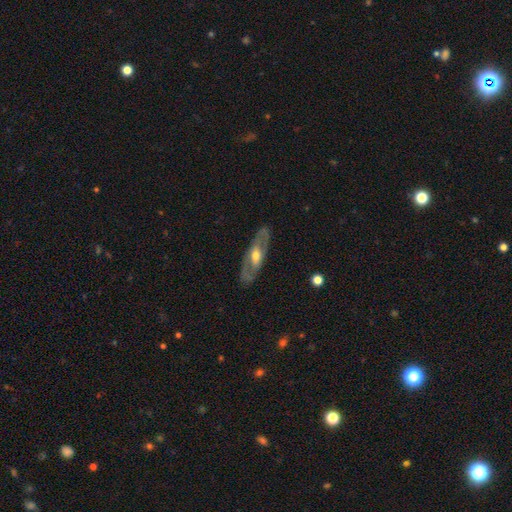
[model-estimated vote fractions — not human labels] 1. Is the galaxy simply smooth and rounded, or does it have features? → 67% featured or disk, 28% smooth, 5% star or artifact.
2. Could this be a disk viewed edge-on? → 71% no, 29% yes.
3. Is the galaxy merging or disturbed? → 85% none, 10% minor disturbance, 3% major disturbance, 1% merger.